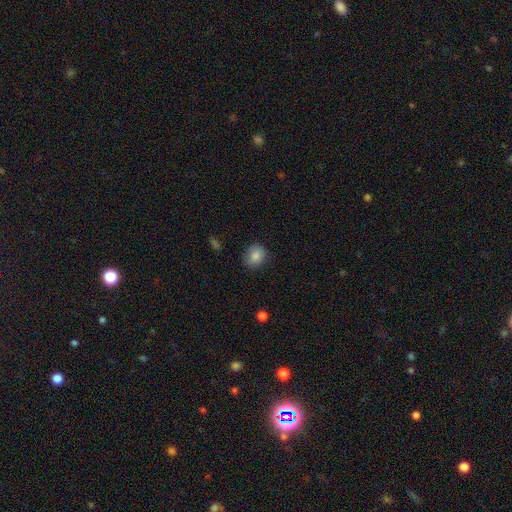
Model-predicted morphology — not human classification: type=smooth (86%); roundness=round (64%); merging=none (79%).